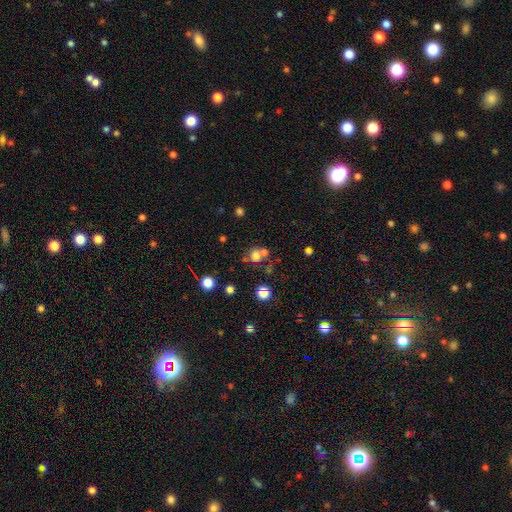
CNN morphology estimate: Smooth or featured?
  - smooth: 68% *
  - star or artifact: 19%
  - featured or disk: 13%
How rounded?
  - round: 80% *
  - in between: 19%
  - cigar-shaped: 1%
Merging?
  - none: 49% *
  - merger: 37%
  - minor disturbance: 9%
  - major disturbance: 5%